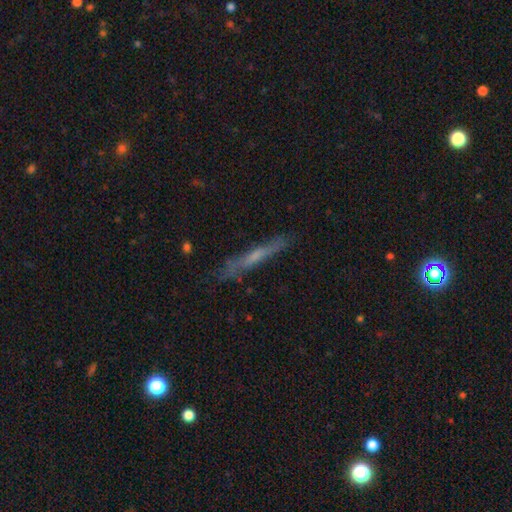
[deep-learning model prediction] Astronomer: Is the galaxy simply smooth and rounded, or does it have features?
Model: featured or disk — 52% (runner-up: smooth, 40%).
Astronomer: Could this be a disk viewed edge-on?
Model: yes — 87%.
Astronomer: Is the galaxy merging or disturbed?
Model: none — 76%.